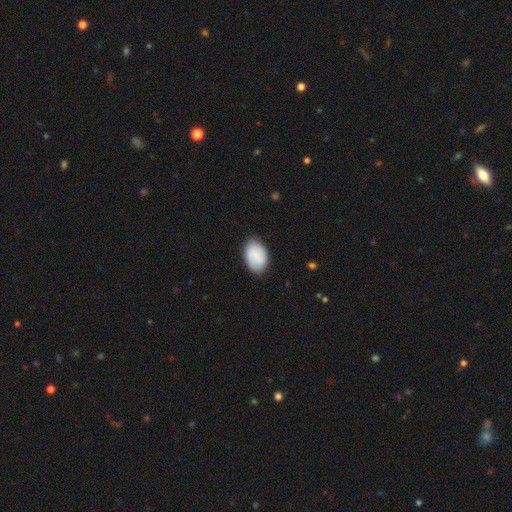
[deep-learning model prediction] Morphology: type=smooth (72%); roundness=in between (86%); merging=none (80%).